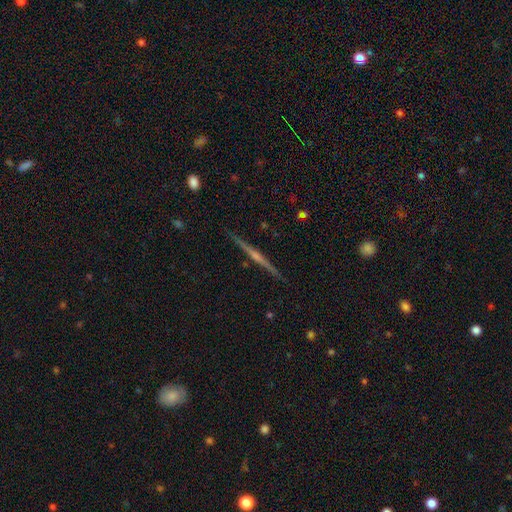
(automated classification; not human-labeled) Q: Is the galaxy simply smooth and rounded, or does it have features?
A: featured or disk — 73%.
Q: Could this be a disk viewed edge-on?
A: yes — 96%.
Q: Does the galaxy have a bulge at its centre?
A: rounded — 77%.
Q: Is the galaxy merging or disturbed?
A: none — 89%.